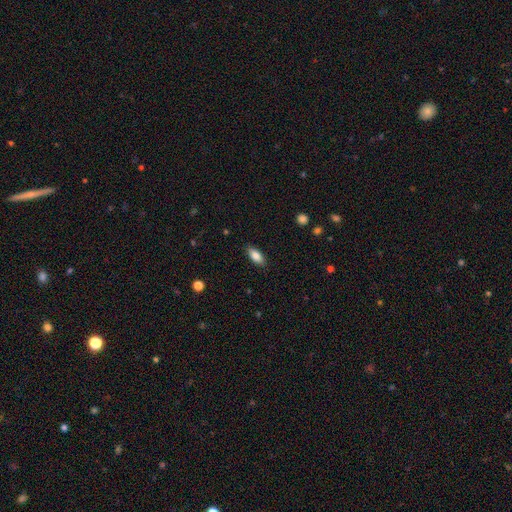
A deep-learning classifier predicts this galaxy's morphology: This appears to be a smooth galaxy with no disk features (84%) that is in between round and cigar-shaped (83%). Merging: none (87%).